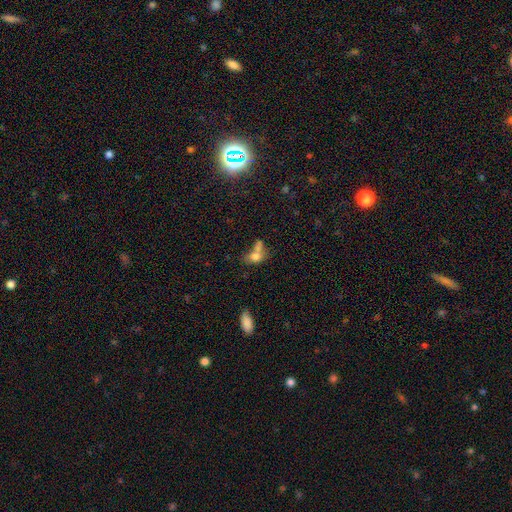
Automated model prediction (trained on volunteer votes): A smooth galaxy with no disk features (71%) that is in between round and cigar-shaped (70%).

Vote fractions:
- Smooth or featured? smooth: 71% / featured or disk: 18% / star or artifact: 11%
- How rounded? in between: 70% / round: 26% / cigar-shaped: 4%
- Merging? merger: 53% / none: 27% / minor disturbance: 12% / major disturbance: 9%